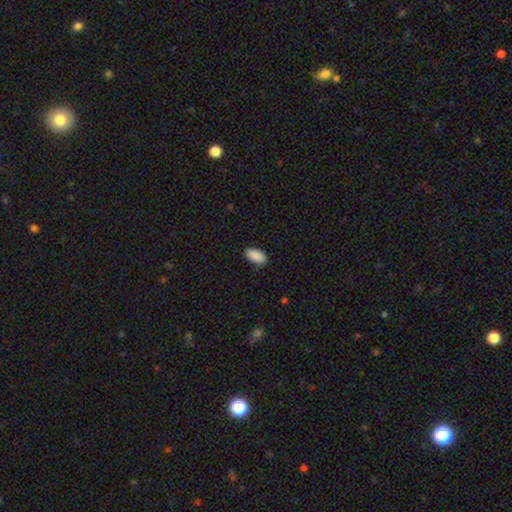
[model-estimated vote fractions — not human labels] smooth_or_featured: smooth (p=0.90) [alt: star or artifact p=0.07]
how_rounded: in between (p=0.95) [alt: round p=0.03]
merging: none (p=0.86) [alt: minor disturbance p=0.11]